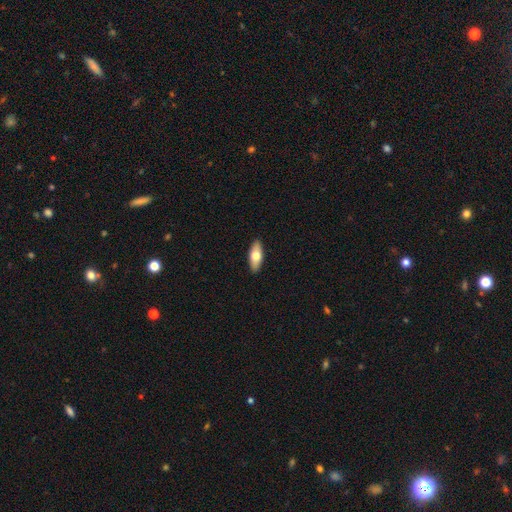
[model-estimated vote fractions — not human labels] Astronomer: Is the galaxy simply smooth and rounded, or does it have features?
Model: smooth — 66%.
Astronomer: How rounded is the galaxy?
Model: in between — 76%.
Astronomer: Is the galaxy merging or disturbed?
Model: none — 90%.